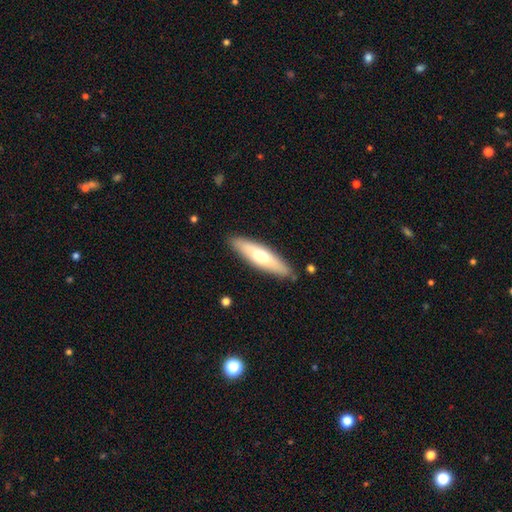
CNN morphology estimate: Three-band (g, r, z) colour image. It shows a smooth galaxy with no disk features (57%) that is cigar-shaped (66%). Merging: none (86%).